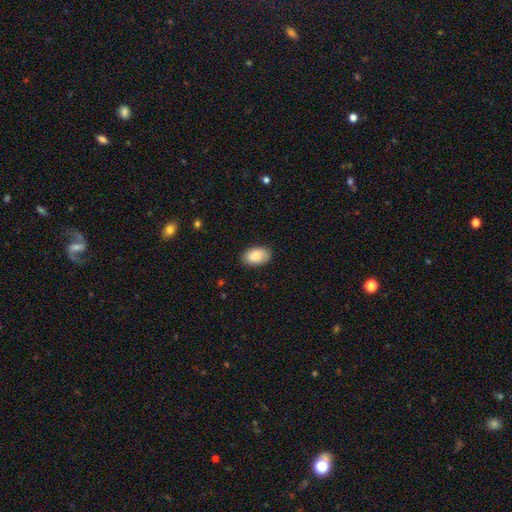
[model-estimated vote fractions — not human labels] Morphology: type=smooth (87%); roundness=in between (92%); merging=none (85%).